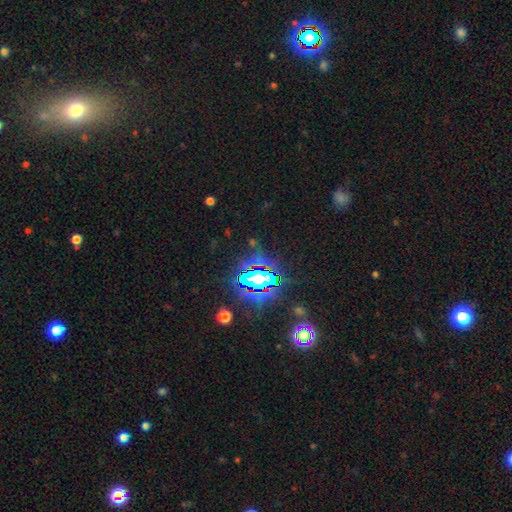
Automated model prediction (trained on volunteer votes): smooth_or_featured: star or artifact (p=0.78) [alt: smooth p=0.13]